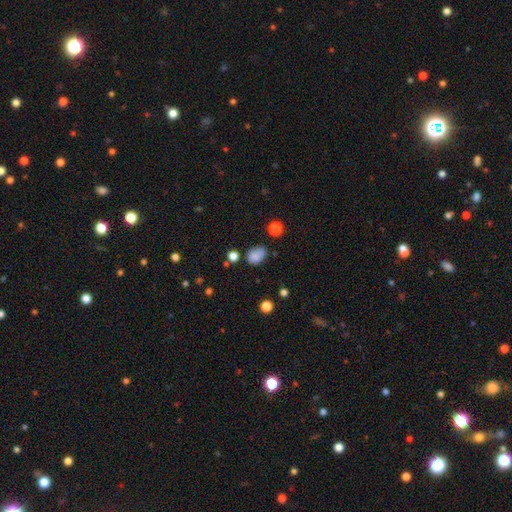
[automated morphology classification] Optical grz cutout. It shows a smooth galaxy with no disk features (82%) that is in between round and cigar-shaped (75%). Merging: none (67%).